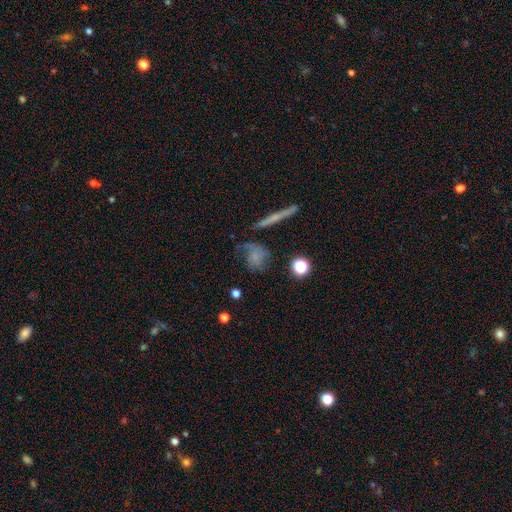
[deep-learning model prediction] Smooth or featured: smooth — 47% (featured or disk — 40%)
Merging: none — 44% (minor disturbance — 25%)